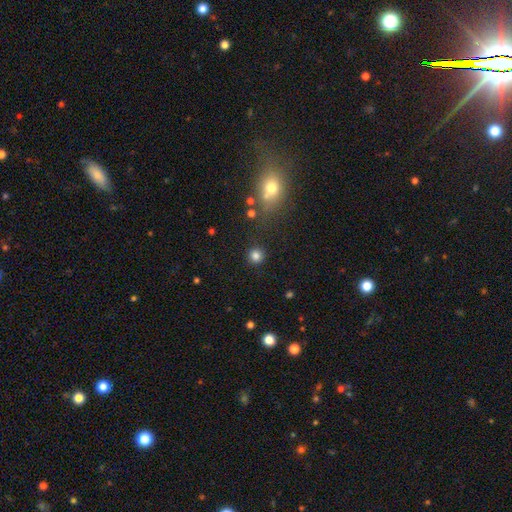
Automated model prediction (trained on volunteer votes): Smooth or featured? smooth (81%)
How rounded? round (93%)
Merging? none (88%)